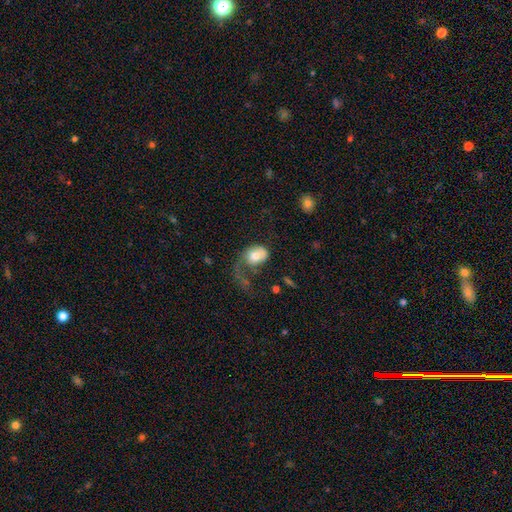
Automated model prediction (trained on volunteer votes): This is possibly a smooth galaxy (56%). How rounded: possibly in between (56%). Merging: possibly major disturbance (59%).